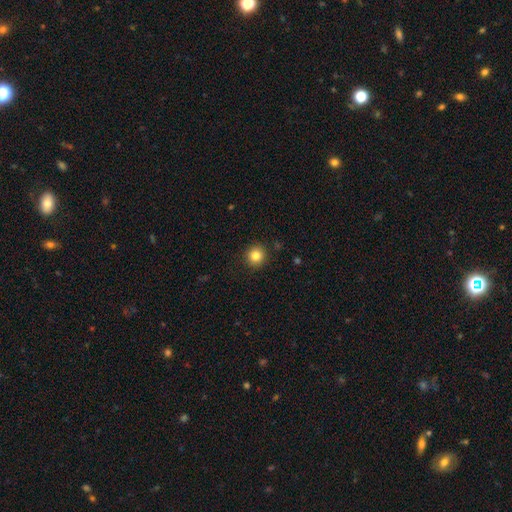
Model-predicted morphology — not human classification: This is clearly a smooth galaxy (83%). How rounded: clearly round (92%). Merging: clearly none (91%).